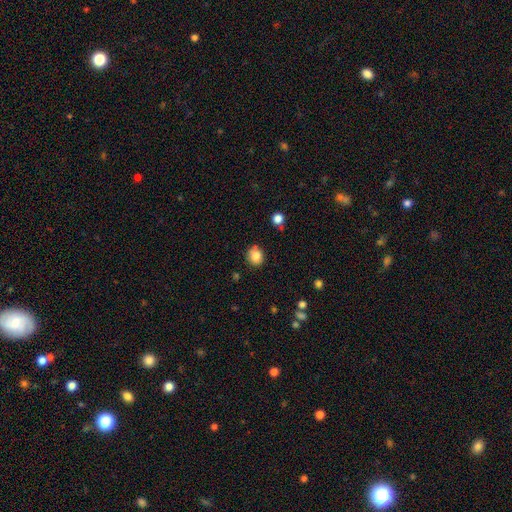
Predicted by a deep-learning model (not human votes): Smooth or featured? Predicted: smooth (p=0.85). How rounded? Predicted: round (p=0.66). Merging? Predicted: none (p=0.82).